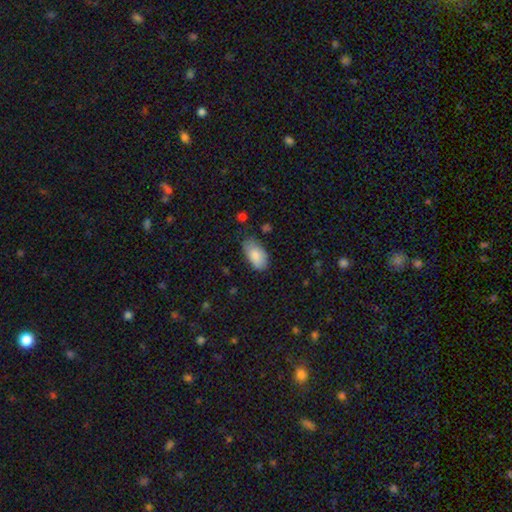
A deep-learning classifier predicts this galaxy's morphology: type=smooth (84%); roundness=in between (94%); merging=none (67%).